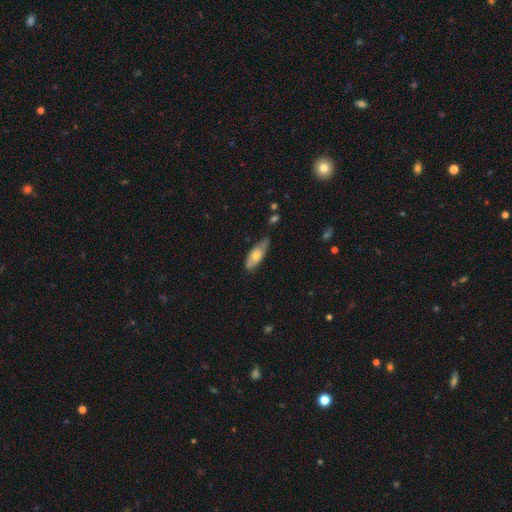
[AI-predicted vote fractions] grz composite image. It shows a smooth galaxy with no disk features (53%) that is in between round and cigar-shaped (73%). Merging: none (60%).